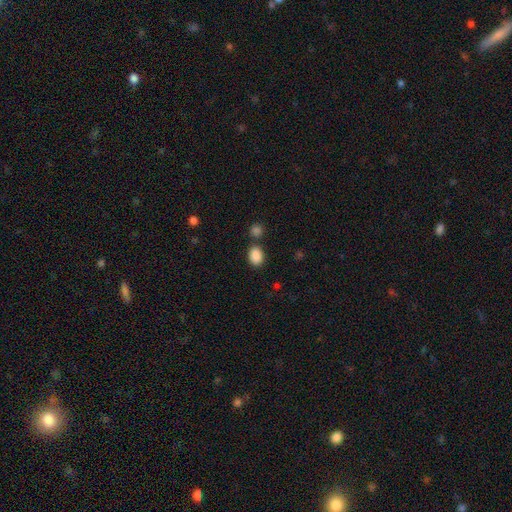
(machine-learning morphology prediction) Smooth or featured?
  - smooth: 88% *
  - star or artifact: 9%
  - featured or disk: 3%
How rounded?
  - in between: 73% *
  - round: 26%
  - cigar-shaped: 1%
Merging?
  - none: 73% *
  - merger: 12%
  - minor disturbance: 11%
  - major disturbance: 3%